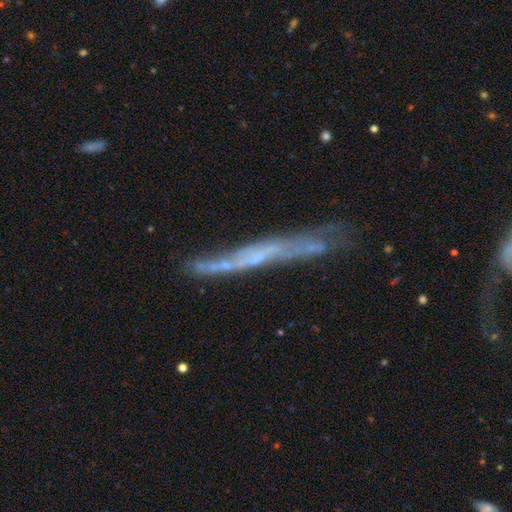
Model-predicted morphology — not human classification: A featured or disk galaxy (68%) viewed edge-on (81%) with no central bulge (76%). Merging: none (61%).